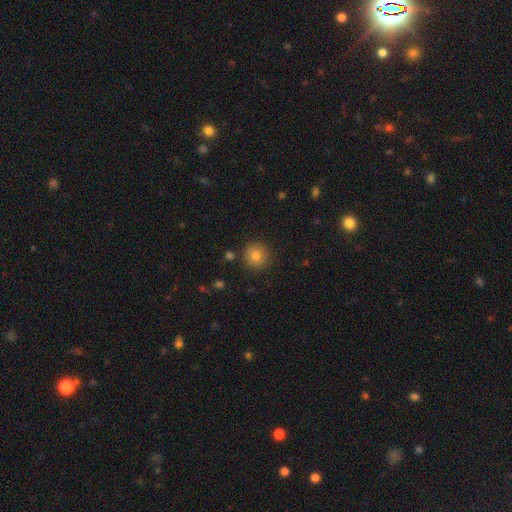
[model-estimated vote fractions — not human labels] Smooth or featured? smooth (81%)
How rounded? round (93%)
Merging? none (89%)